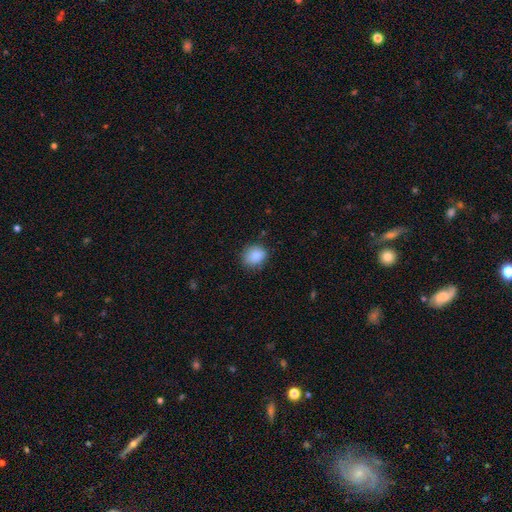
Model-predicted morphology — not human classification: type=smooth (84%); roundness=round (60%); merging=none (78%).